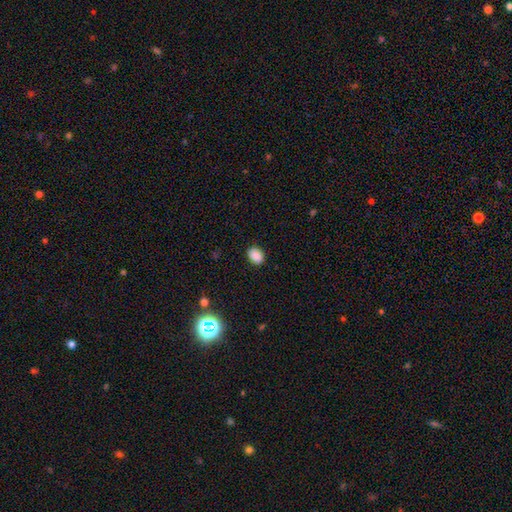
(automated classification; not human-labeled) Smooth or featured: smooth — 87% (star or artifact — 10%)
How rounded: in between — 70% (round — 29%)
Merging: none — 87% (minor disturbance — 9%)